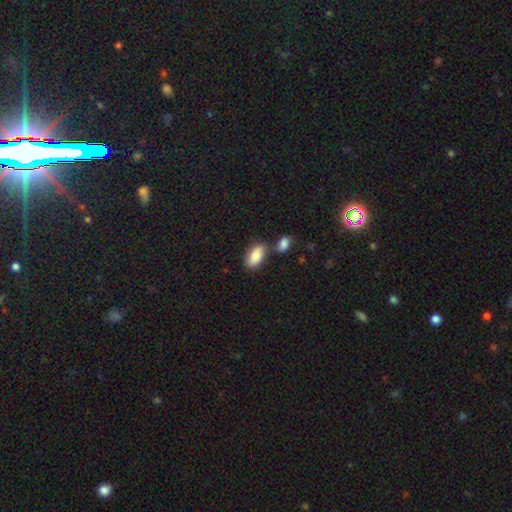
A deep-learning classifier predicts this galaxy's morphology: Overall: smooth (86%). How rounded: in between (92%). Merging: none (58%; merger 24%).